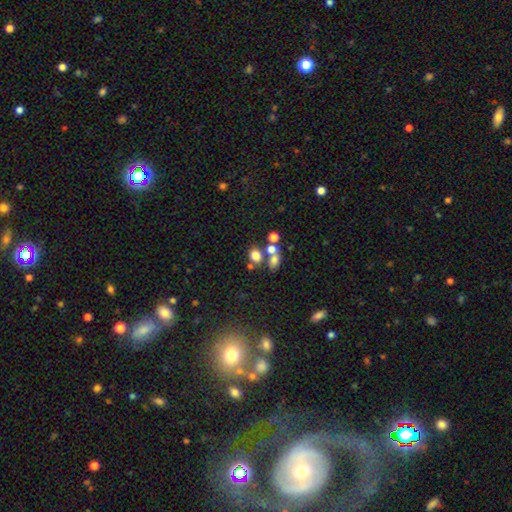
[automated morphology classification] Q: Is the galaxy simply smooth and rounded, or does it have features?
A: smooth — 72%.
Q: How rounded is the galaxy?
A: round — 61%.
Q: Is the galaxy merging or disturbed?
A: none — 51%.